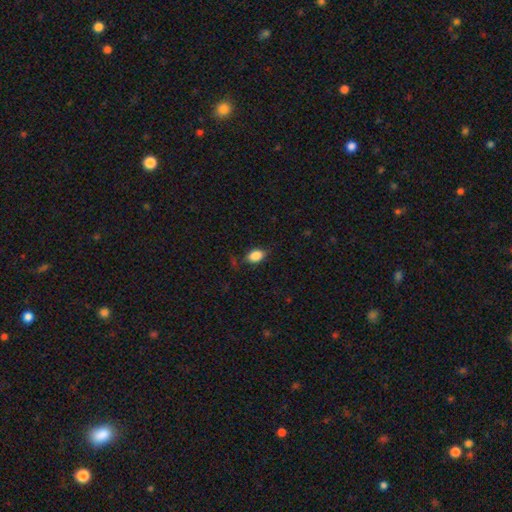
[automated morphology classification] A smooth galaxy with no disk features (83%) that is in between round and cigar-shaped (82%).

Vote fractions:
- Smooth or featured? smooth: 83% / star or artifact: 9% / featured or disk: 8%
- How rounded? in between: 82% / round: 16% / cigar-shaped: 2%
- Merging? none: 71% / minor disturbance: 21% / major disturbance: 6% / merger: 2%